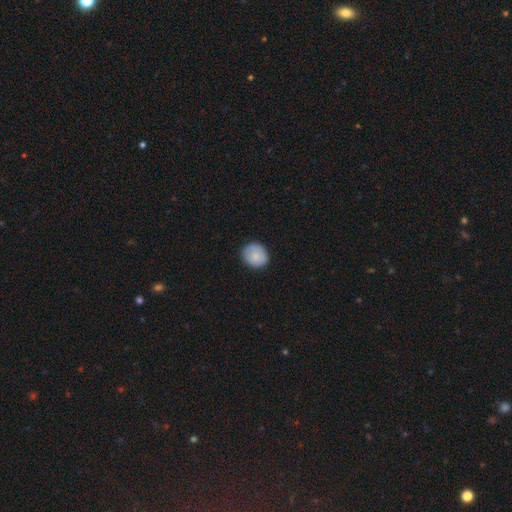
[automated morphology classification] The model was most divided on "how rounded": round: 81%, in between: 18%, cigar-shaped: 1%. More confident: merging — none (86%); smooth or featured — smooth (83%).